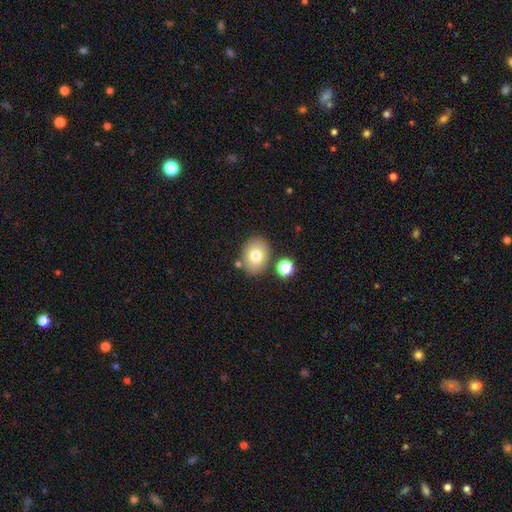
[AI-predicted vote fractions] smooth-or-featured: smooth: 76% | featured or disk: 14% | star or artifact: 10%
  how-rounded: in between: 61% | round: 38% | cigar-shaped: 1%
  merging: none: 79% | minor disturbance: 11% | merger: 8% | major disturbance: 3%